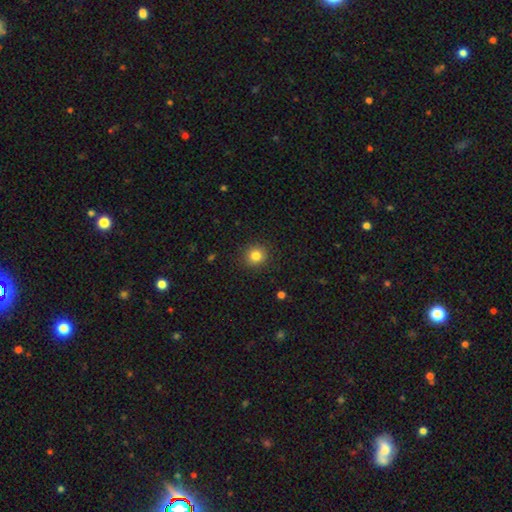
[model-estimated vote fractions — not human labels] smooth-or-featured: smooth: 83% | star or artifact: 11% | featured or disk: 6%
  how-rounded: round: 89% | in between: 10% | cigar-shaped: 1%
  merging: none: 90% | minor disturbance: 7% | major disturbance: 2% | merger: 1%